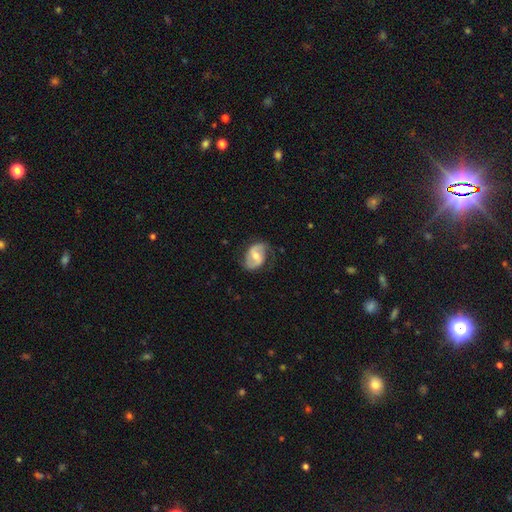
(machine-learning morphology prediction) The model was most divided on "spiral winding": medium: 45%, loose: 35%, tight: 21%. Remaining: edge-on disk — no (97%); spiral arms — yes (89%); spiral arm count — 2 (86%); smooth or featured — featured or disk (74%); merging — none (69%); bulge size — moderate (62%); bar — weak (49%).